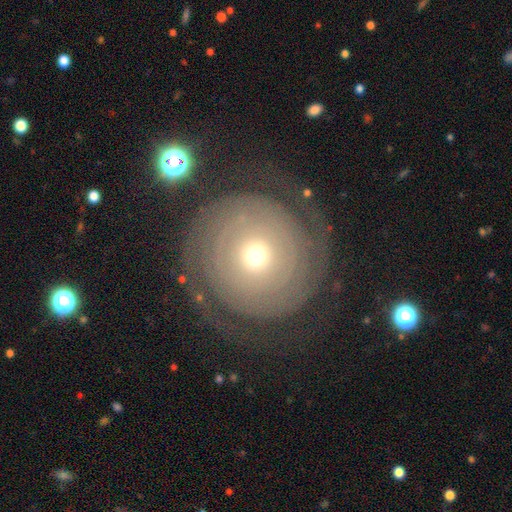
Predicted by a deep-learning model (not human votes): Overall: featured or disk (77%). Edge-on disk: no (97%). Bar: no (85%). Spiral arms: yes (86%). Spiral arm count: 2 (46%; can't tell 29%). Spiral winding: tight (81%). Bulge size: small (62%; moderate 32%). Merging: none (76%).